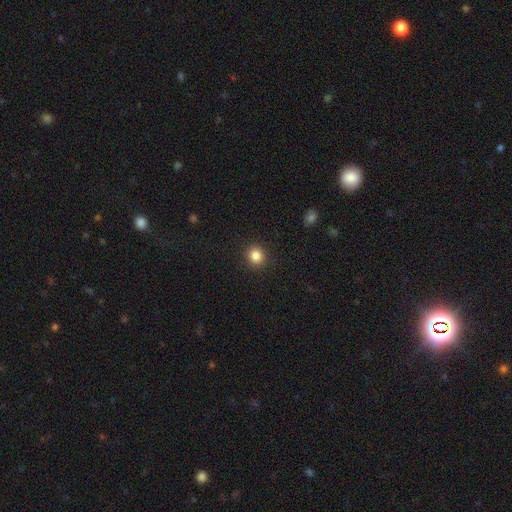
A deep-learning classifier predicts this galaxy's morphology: This appears to be a smooth galaxy with no disk features (85%) that is round (86%). Merging: none (91%).